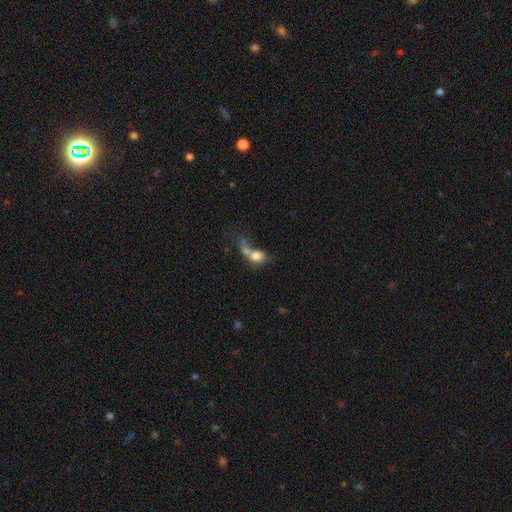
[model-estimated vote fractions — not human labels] This is likely a smooth galaxy (70%). How rounded: possibly round (49%). Merging: possibly merger (57%).